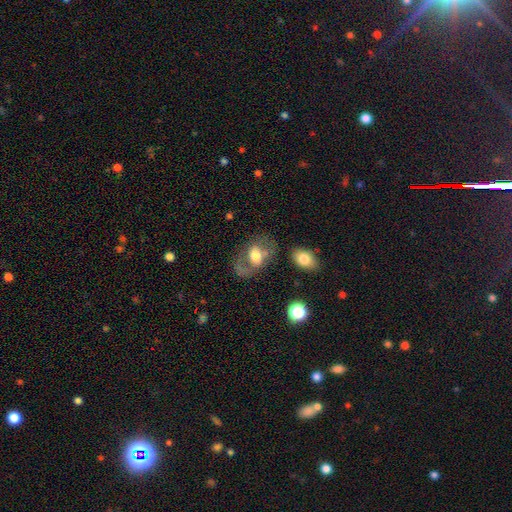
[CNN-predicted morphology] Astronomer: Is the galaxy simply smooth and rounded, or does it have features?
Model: smooth — 47% (runner-up: featured or disk, 45%).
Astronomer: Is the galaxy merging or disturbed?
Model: none — 47% (runner-up: major disturbance, 23%).